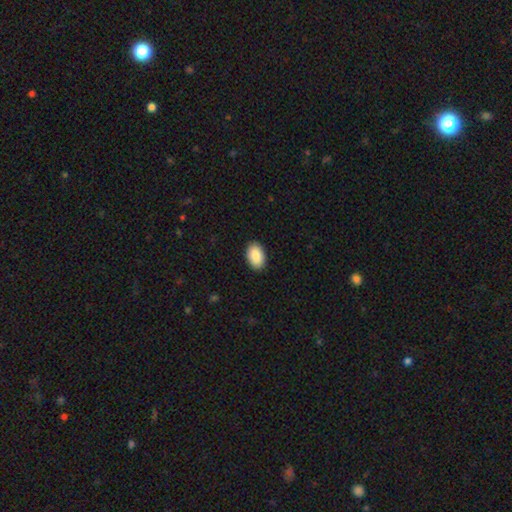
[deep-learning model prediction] A smooth galaxy with no disk features (89%) that is in between round and cigar-shaped (92%). Merging: none (90%).